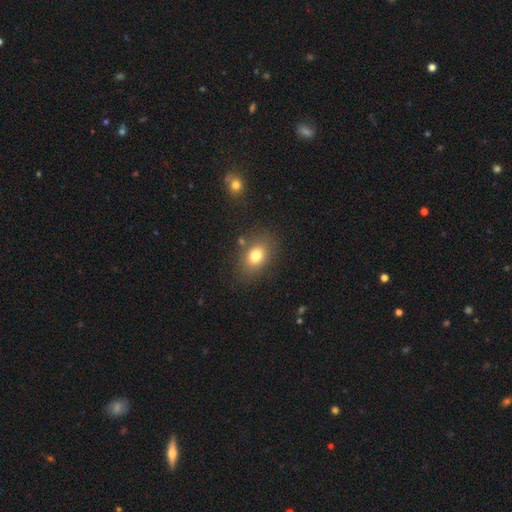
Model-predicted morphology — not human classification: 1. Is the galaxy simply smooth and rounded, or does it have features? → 78% smooth, 11% featured or disk, 11% star or artifact.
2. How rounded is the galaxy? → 72% in between, 27% round, 1% cigar-shaped.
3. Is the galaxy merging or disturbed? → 80% none, 12% minor disturbance, 4% merger, 4% major disturbance.